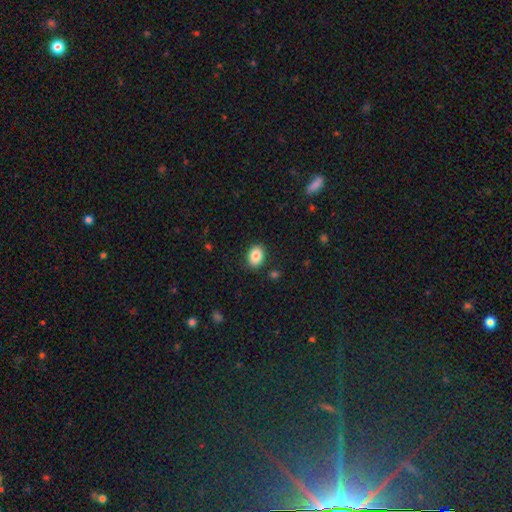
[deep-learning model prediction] This is clearly a smooth galaxy (85%). How rounded: likely in between (74%). Merging: clearly none (88%).